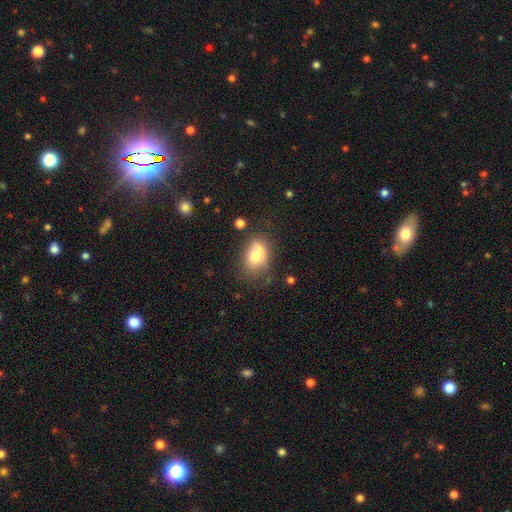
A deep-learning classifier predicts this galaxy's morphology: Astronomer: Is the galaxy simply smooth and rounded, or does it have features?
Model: smooth — 69%.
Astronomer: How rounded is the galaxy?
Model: in between — 68%.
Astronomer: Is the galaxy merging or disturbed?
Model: none — 41% (runner-up: merger, 26%).